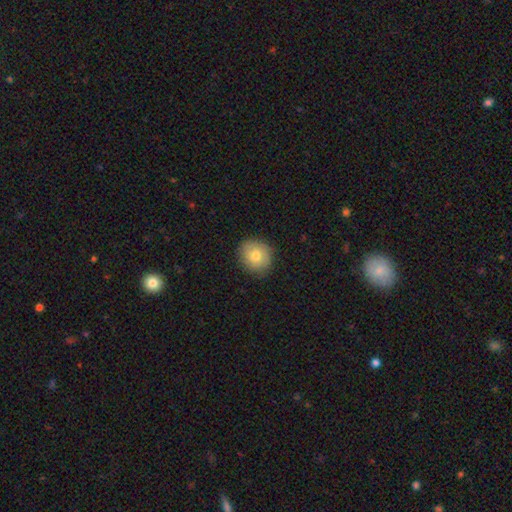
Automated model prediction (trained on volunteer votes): smooth-or-featured: smooth: 77% | featured or disk: 14% | star or artifact: 9%
  how-rounded: round: 81% | in between: 18% | cigar-shaped: 1%
  merging: none: 86% | minor disturbance: 10% | major disturbance: 2% | merger: 1%